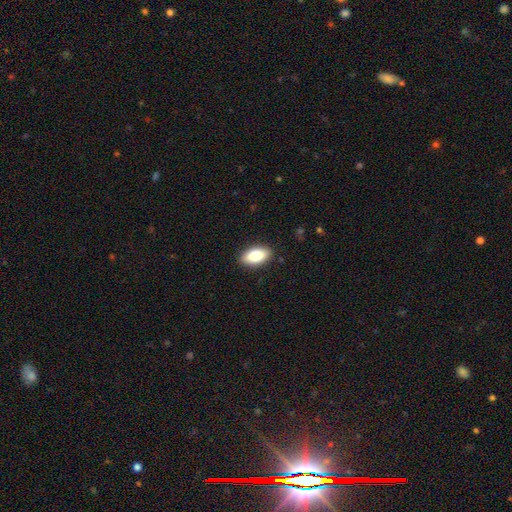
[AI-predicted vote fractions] Smooth or featured: smooth — 83% (featured or disk — 10%)
How rounded: in between — 92% (cigar-shaped — 5%)
Merging: none — 89% (minor disturbance — 8%)